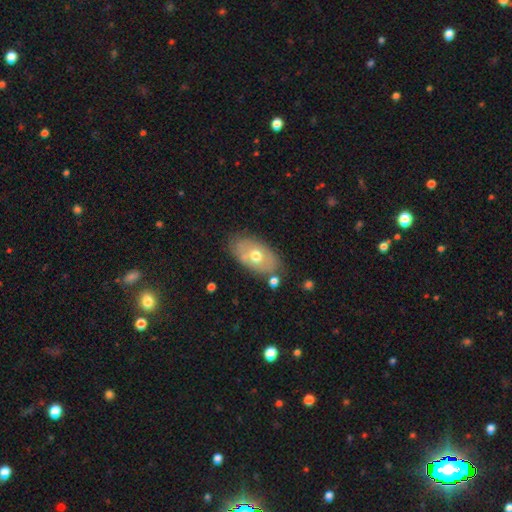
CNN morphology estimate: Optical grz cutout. It shows a smooth galaxy with no disk features (52%) that is in between round and cigar-shaped (90%). Merging: none (71%).